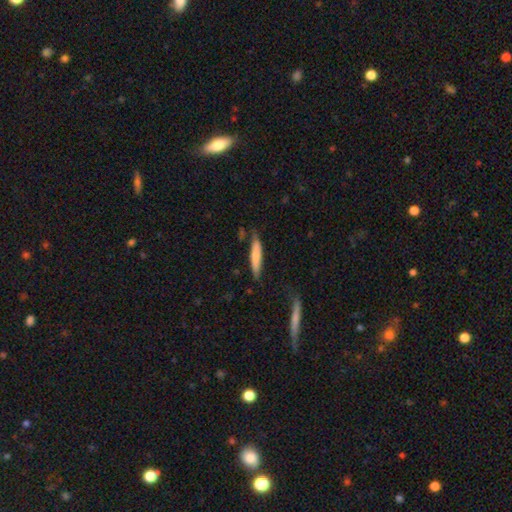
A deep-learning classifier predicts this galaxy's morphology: Smooth or featured? Predicted: smooth (p=0.70). How rounded? Predicted: cigar-shaped (p=0.88). Merging? Predicted: none (p=0.76).